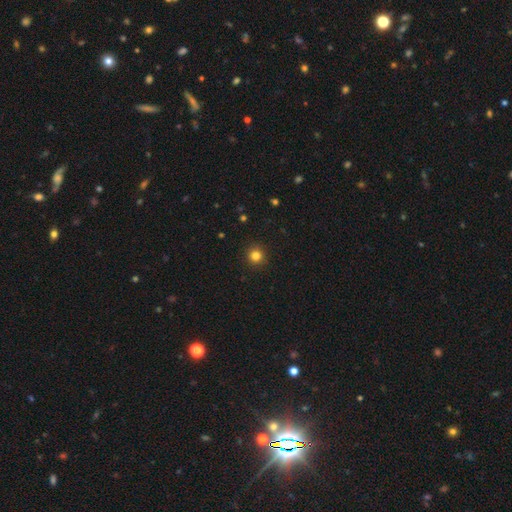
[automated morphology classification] Smooth or featured: smooth — 82% (star or artifact — 13%)
How rounded: round — 94% (in between — 5%)
Merging: none — 92% (minor disturbance — 5%)